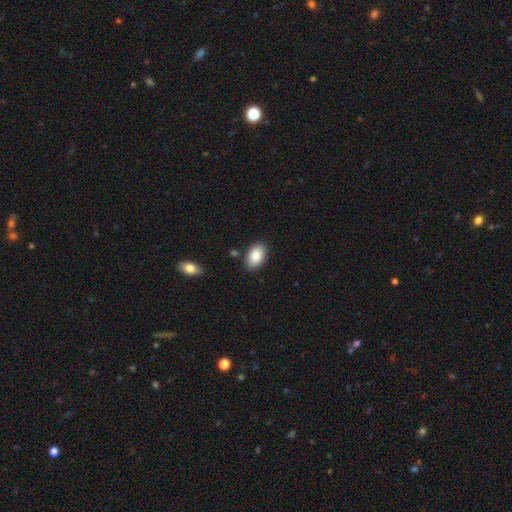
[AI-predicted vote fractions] Smooth or featured: smooth — 88% (star or artifact — 6%)
How rounded: in between — 93% (round — 5%)
Merging: none — 85% (minor disturbance — 11%)